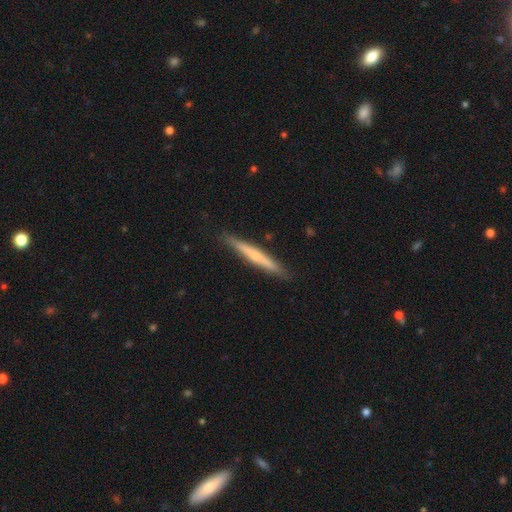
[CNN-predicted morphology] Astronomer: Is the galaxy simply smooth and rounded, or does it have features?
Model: smooth — 48% (runner-up: featured or disk, 47%).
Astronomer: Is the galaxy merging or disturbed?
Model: none — 89%.